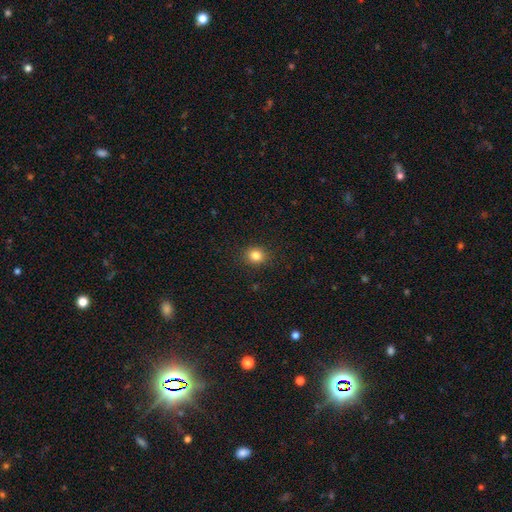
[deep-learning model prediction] Smooth or featured: smooth — 83% (star or artifact — 12%)
How rounded: round — 74% (in between — 25%)
Merging: none — 90% (minor disturbance — 7%)